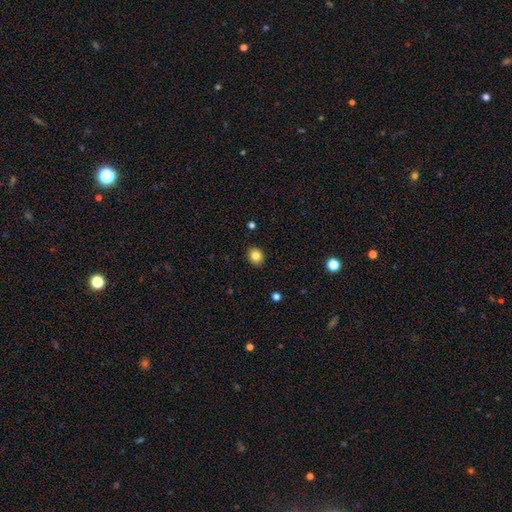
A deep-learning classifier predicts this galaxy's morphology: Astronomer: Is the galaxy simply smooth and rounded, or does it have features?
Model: smooth — 83%.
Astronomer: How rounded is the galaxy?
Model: round — 72%.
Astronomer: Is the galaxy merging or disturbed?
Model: none — 91%.